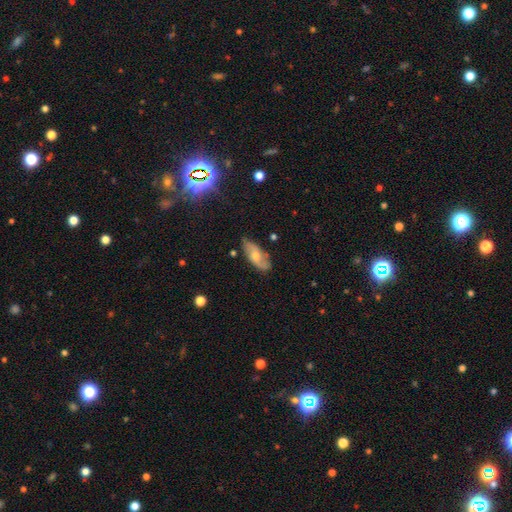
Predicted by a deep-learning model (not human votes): Smooth or featured? Predicted: smooth (p=0.47). Merging? Predicted: none (p=0.74).